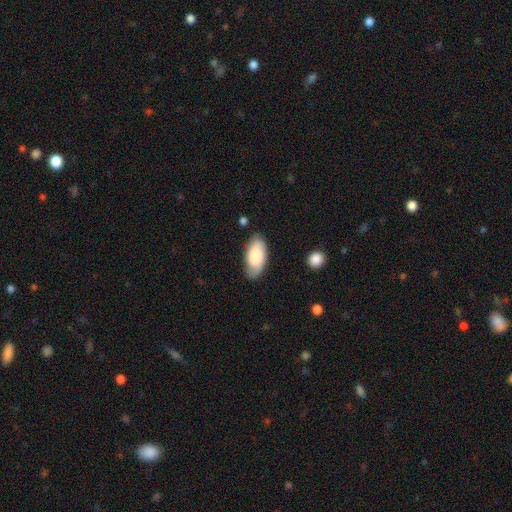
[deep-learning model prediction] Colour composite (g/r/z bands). It shows a smooth galaxy with no disk features (76%) that is in between round and cigar-shaped (94%). Merging: none (76%).